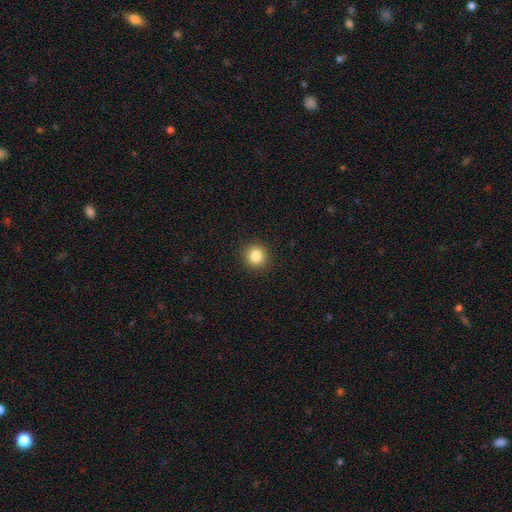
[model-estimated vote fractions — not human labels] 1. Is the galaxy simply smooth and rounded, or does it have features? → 85% smooth, 11% star or artifact, 5% featured or disk.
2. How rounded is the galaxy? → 90% round, 9% in between, 1% cigar-shaped.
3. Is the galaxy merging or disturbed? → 91% none, 6% minor disturbance, 2% major disturbance, 1% merger.